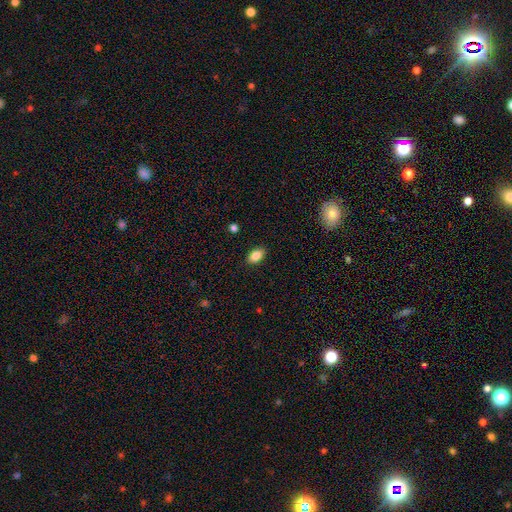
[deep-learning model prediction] smooth_or_featured: smooth (p=0.85) [alt: star or artifact p=0.08]
how_rounded: in between (p=0.89) [alt: round p=0.09]
merging: none (p=0.89) [alt: minor disturbance p=0.08]